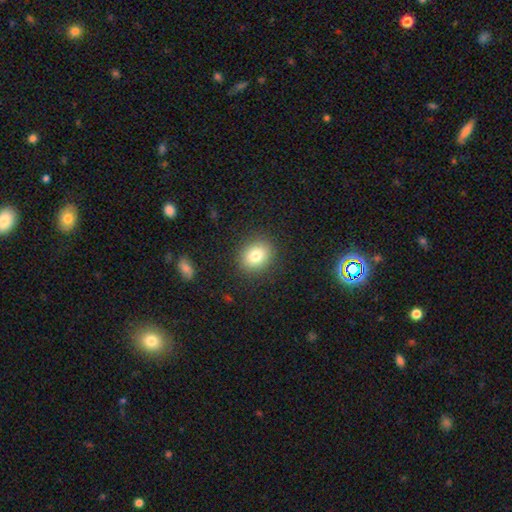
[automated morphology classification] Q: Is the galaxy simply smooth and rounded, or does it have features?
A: smooth — 80%.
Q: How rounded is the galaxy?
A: round — 63%.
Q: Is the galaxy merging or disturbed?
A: none — 88%.